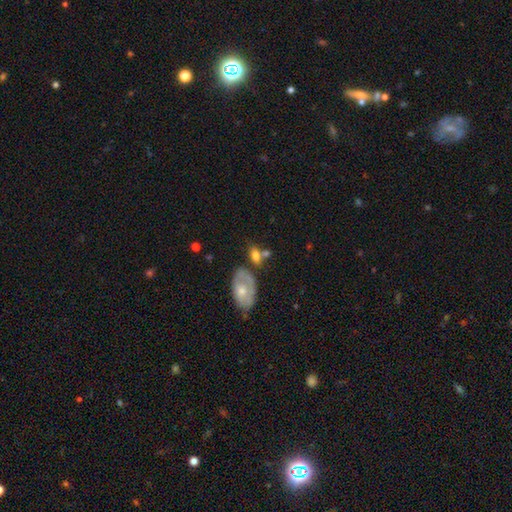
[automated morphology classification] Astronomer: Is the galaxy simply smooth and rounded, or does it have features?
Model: smooth — 69%.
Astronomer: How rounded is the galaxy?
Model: in between — 80%.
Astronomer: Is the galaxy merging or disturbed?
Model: none — 40% (runner-up: merger, 29%).